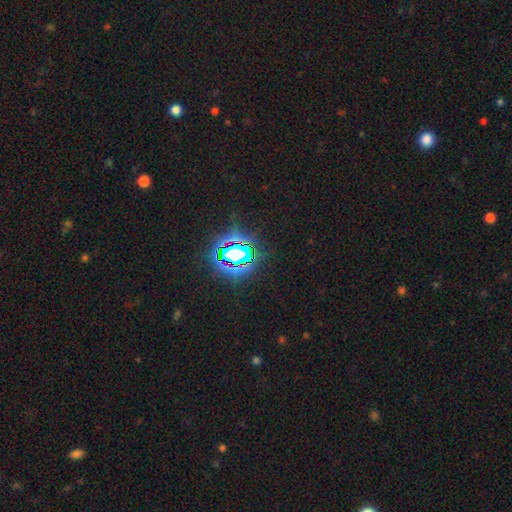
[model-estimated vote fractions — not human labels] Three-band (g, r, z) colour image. It shows a star or artifact, not a galaxy (83%).